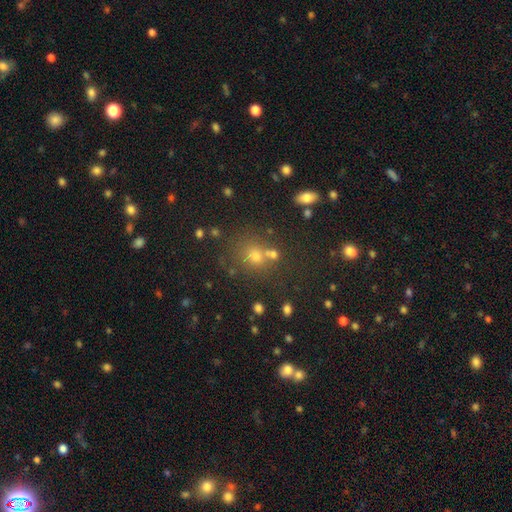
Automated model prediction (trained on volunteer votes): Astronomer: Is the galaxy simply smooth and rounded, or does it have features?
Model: smooth — 62%.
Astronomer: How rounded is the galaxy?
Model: round — 80%.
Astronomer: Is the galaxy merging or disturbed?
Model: none — 60%.